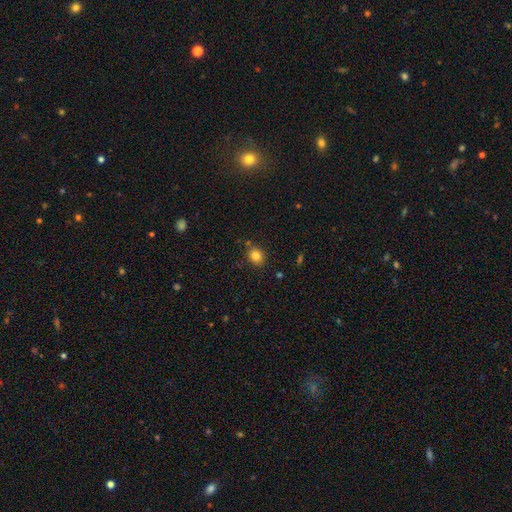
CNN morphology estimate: The model was most divided on "how rounded": round: 56%, in between: 43%, cigar-shaped: 1%. More confident: merging — none (82%); smooth or featured — smooth (82%).